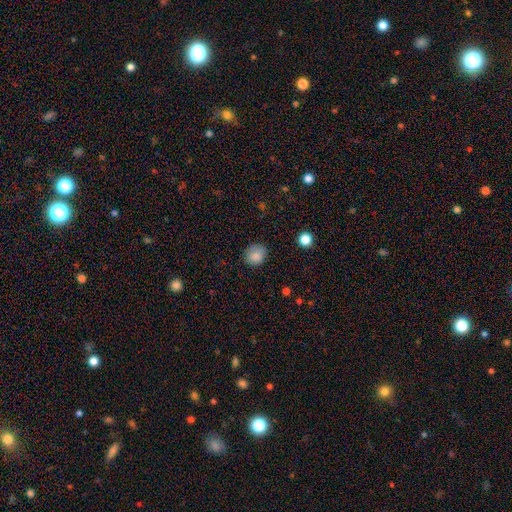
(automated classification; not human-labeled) This is clearly a smooth galaxy (85%). How rounded: likely round (74%). Merging: likely none (78%).